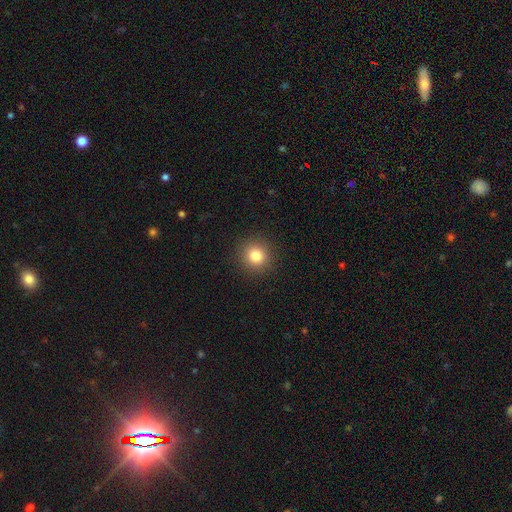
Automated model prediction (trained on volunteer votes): Smooth or featured? Predicted: smooth (p=0.82). How rounded? Predicted: round (p=0.93). Merging? Predicted: none (p=0.92).